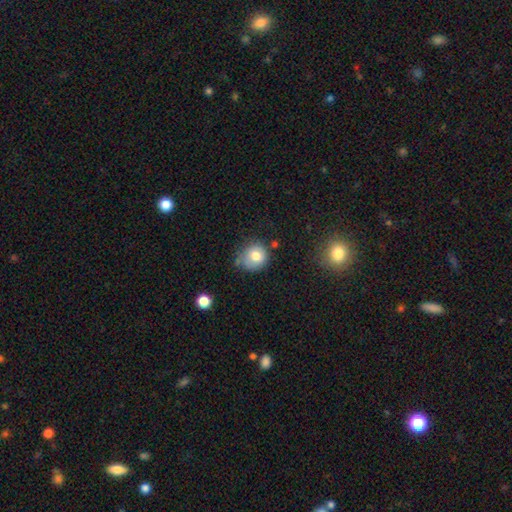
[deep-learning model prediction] smooth-or-featured: smooth: 76% | featured or disk: 14% | star or artifact: 10%
  how-rounded: round: 84% | in between: 16% | cigar-shaped: 1%
  merging: none: 58% | minor disturbance: 26% | major disturbance: 8% | merger: 7%